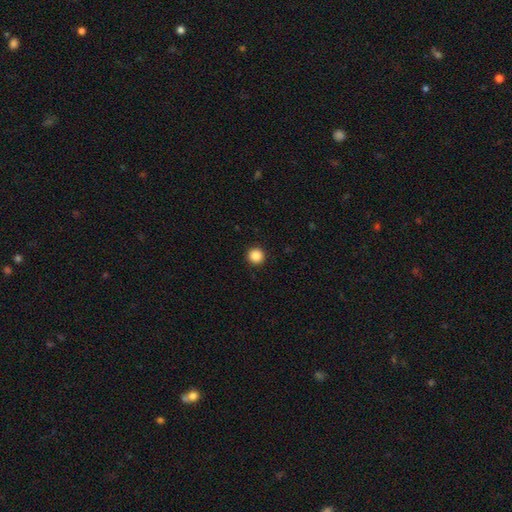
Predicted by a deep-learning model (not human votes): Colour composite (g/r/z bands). It shows a smooth galaxy with no disk features (88%) that is round (96%). Merging: none (93%).